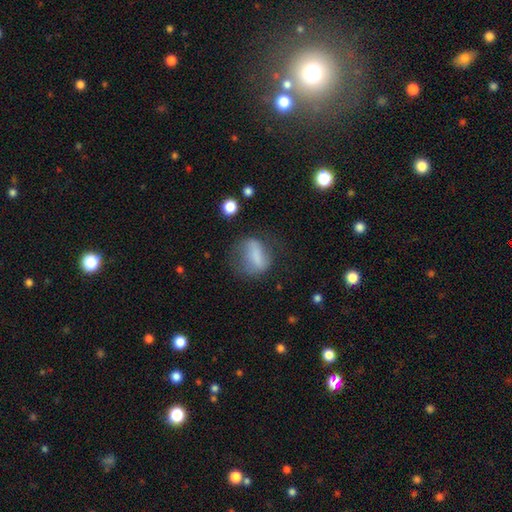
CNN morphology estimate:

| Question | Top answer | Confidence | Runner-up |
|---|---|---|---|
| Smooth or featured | smooth | 60% | featured or disk (30%) |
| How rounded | in between | 63% | round (28%) |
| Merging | none | 43% | major disturbance (27%) |